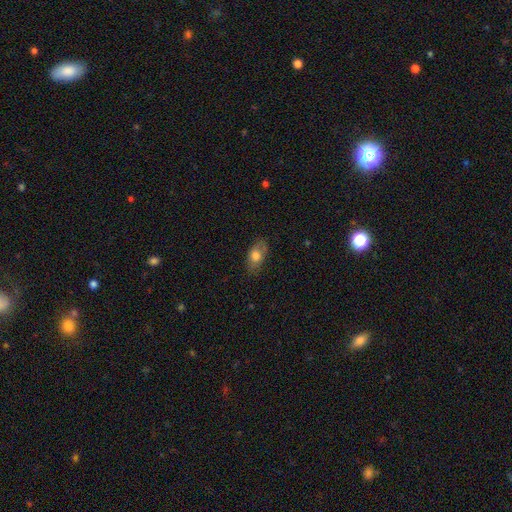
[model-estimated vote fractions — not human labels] Overall: smooth (69%). How rounded: in between (87%). Merging: none (74%).